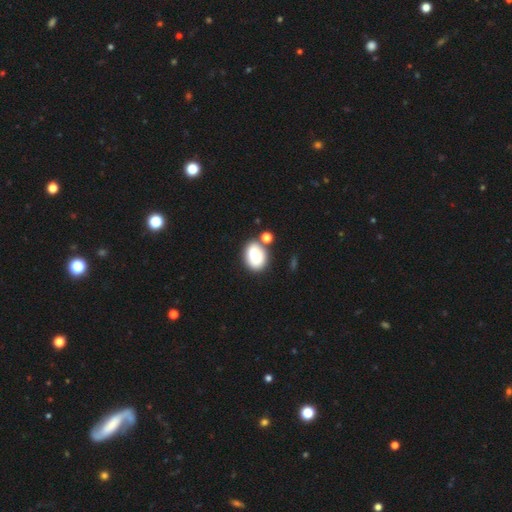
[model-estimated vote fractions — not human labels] Smooth or featured? Predicted: smooth (p=0.75). How rounded? Predicted: in between (p=0.73). Merging? Predicted: none (p=0.61).